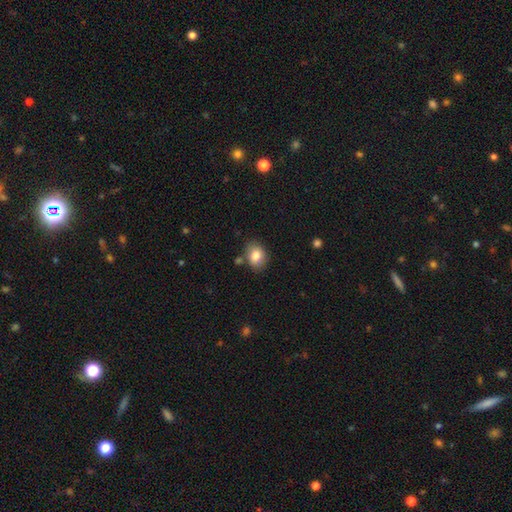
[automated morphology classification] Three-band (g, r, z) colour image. It shows a smooth galaxy with no disk features (83%) that is in between round and cigar-shaped (62%). Merging: none (76%).